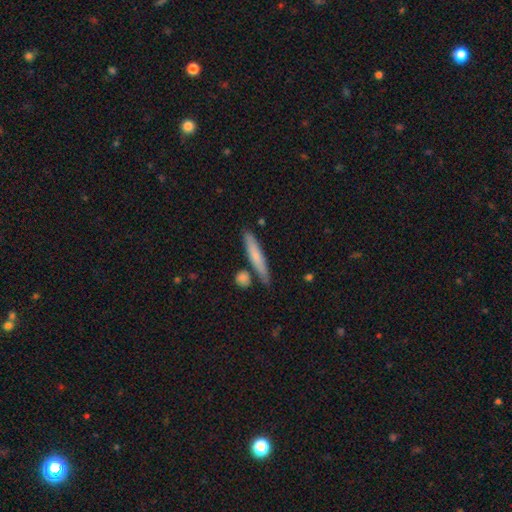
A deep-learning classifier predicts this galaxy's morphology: Smooth or featured? smooth (66%)
How rounded? cigar-shaped (90%)
Merging? none (78%)